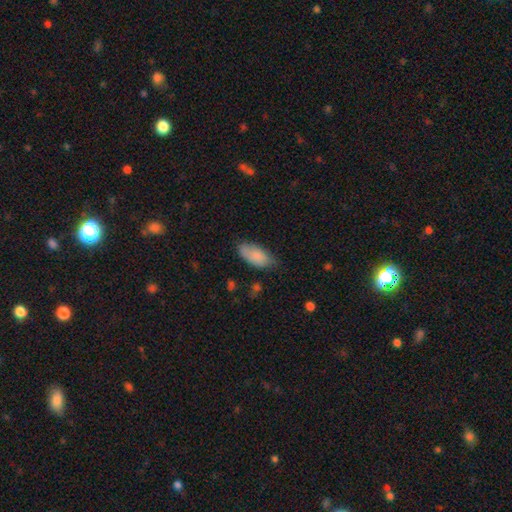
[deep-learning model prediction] smooth-or-featured: smooth: 85% | featured or disk: 9% | star or artifact: 7%
  how-rounded: in between: 90% | cigar-shaped: 7% | round: 2%
  merging: none: 66% | minor disturbance: 27% | major disturbance: 5% | merger: 2%